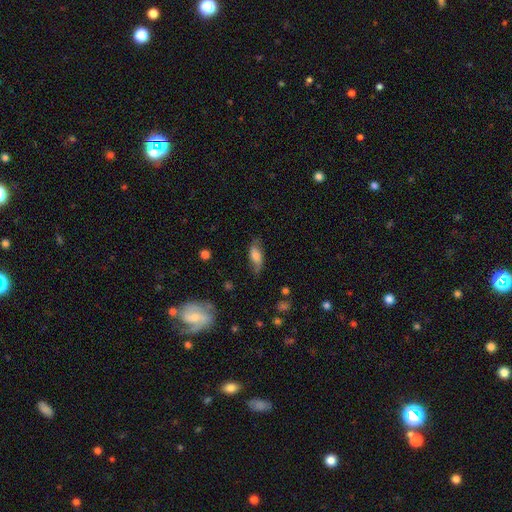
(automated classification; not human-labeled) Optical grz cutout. It shows a smooth galaxy with no disk features (59%) that is in between round and cigar-shaped (76%). Merging: none (65%).